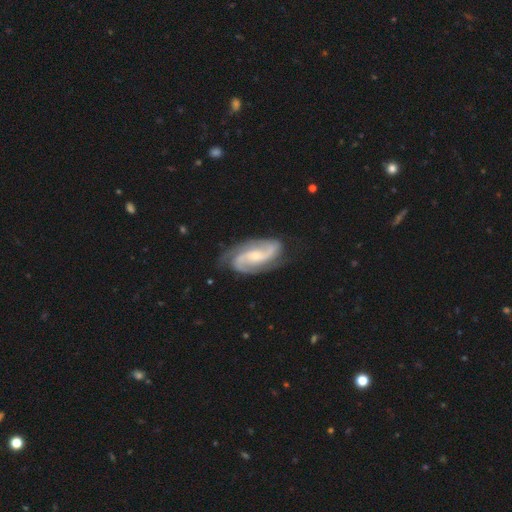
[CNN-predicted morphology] This appears to be a featured or disk galaxy (90%) with no bar (48%), 2 (78%) medium (51%) spiral arms (98%) and a small central bulge (56%). Merging: none (76%).